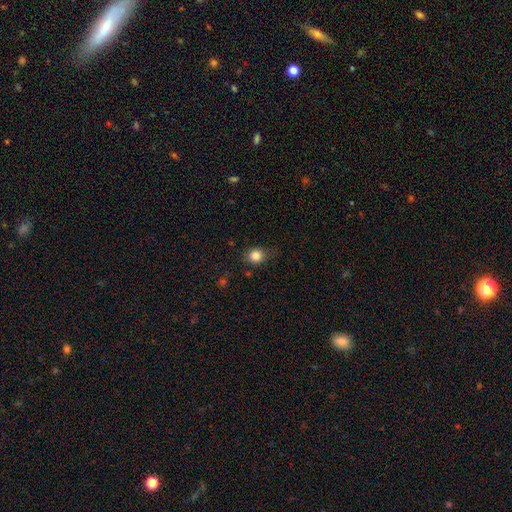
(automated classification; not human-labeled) Overall: smooth (83%). How rounded: round (75%). Merging: none (73%).